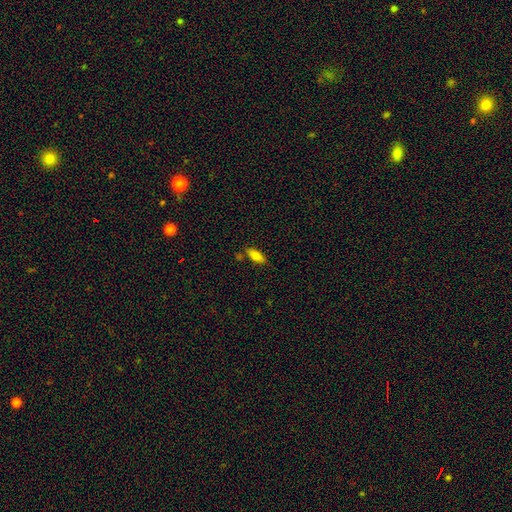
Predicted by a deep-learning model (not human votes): Smooth or featured? Predicted: smooth (p=0.80). How rounded? Predicted: in between (p=0.75). Merging? Predicted: none (p=0.75).